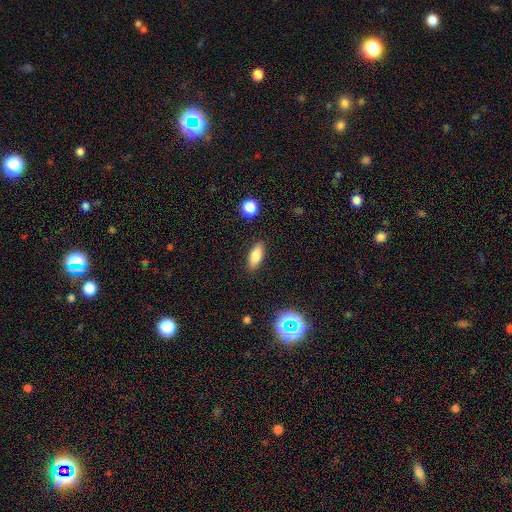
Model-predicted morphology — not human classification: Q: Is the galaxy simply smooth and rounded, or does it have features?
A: smooth — 80%.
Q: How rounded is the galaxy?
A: in between — 75%.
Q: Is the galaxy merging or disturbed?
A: none — 87%.